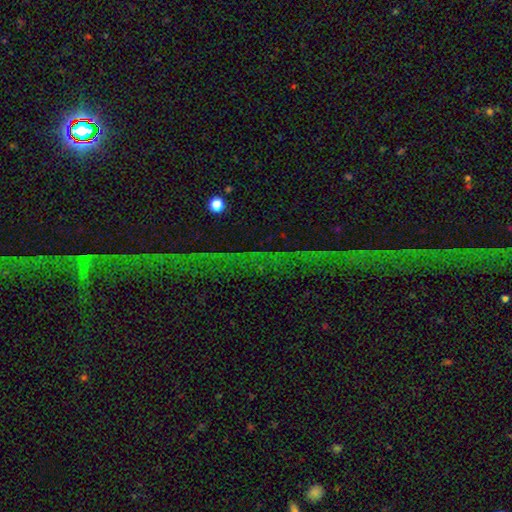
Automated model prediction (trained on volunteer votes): star or artifact 81%, featured or disk 11%, smooth 8%.